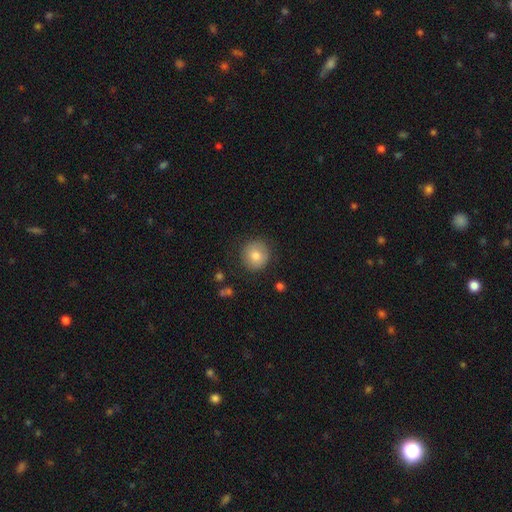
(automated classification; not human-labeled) Smooth or featured?
  - smooth: 78% *
  - featured or disk: 14%
  - star or artifact: 9%
How rounded?
  - round: 92% *
  - in between: 7%
  - cigar-shaped: 1%
Merging?
  - none: 85% *
  - minor disturbance: 10%
  - major disturbance: 3%
  - merger: 1%